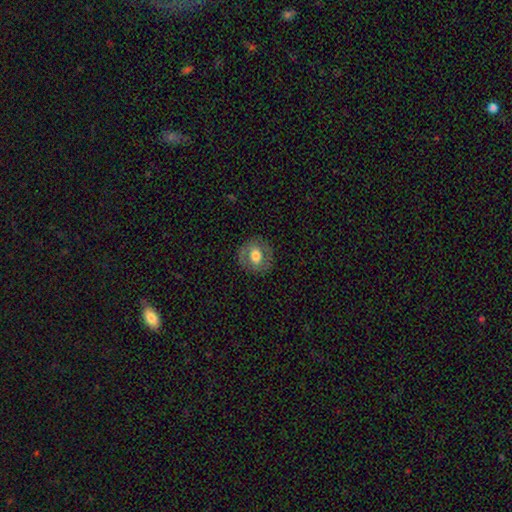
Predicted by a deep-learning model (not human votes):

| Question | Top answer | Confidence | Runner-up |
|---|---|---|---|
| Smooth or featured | smooth | 56% | featured or disk (36%) |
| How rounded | round | 73% | in between (26%) |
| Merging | none | 82% | minor disturbance (12%) |